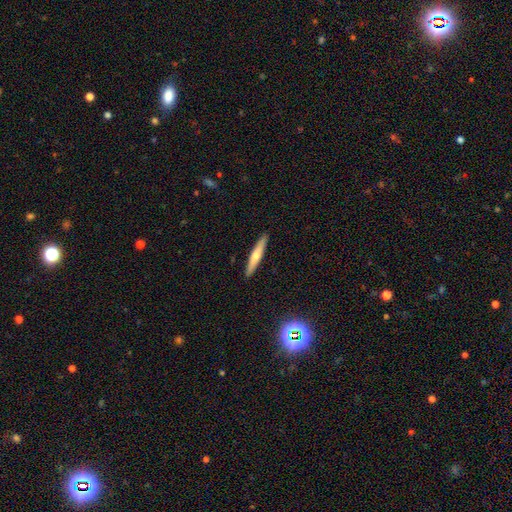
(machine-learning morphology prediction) Smooth or featured? Predicted: smooth (p=0.46, tied with featured or disk). Merging? Predicted: none (p=0.92).